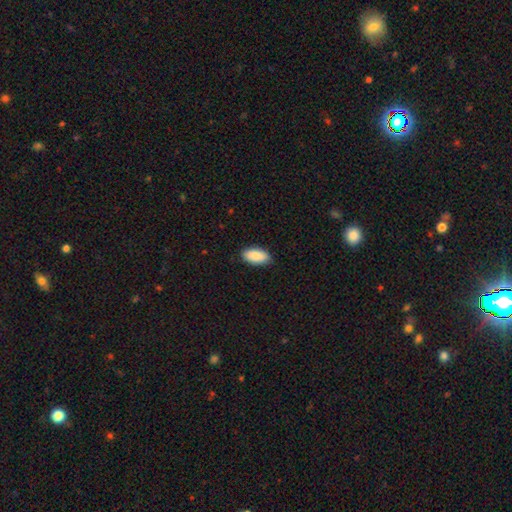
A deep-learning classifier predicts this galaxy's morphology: A smooth galaxy with no disk features (89%) that is in between round and cigar-shaped (93%).

Vote fractions:
- Smooth or featured? smooth: 89% / star or artifact: 6% / featured or disk: 5%
- How rounded? in between: 93% / cigar-shaped: 5% / round: 2%
- Merging? none: 87% / minor disturbance: 10% / major disturbance: 2% / merger: 1%